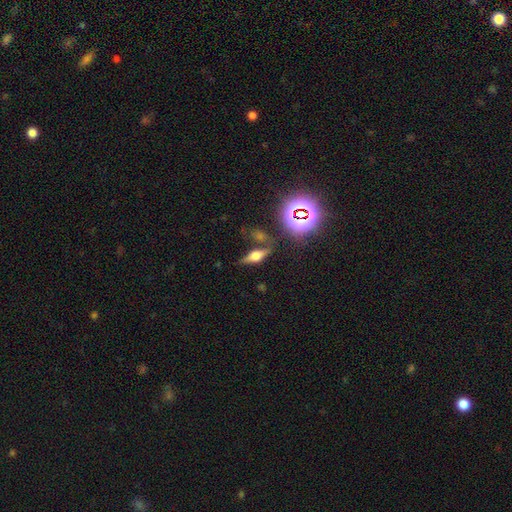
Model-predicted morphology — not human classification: A featured or disk galaxy (47%).

Vote fractions:
- Smooth or featured? featured or disk: 47% / smooth: 36% / star or artifact: 18%
- Merging? none: 67% / minor disturbance: 16% / merger: 10% / major disturbance: 7%